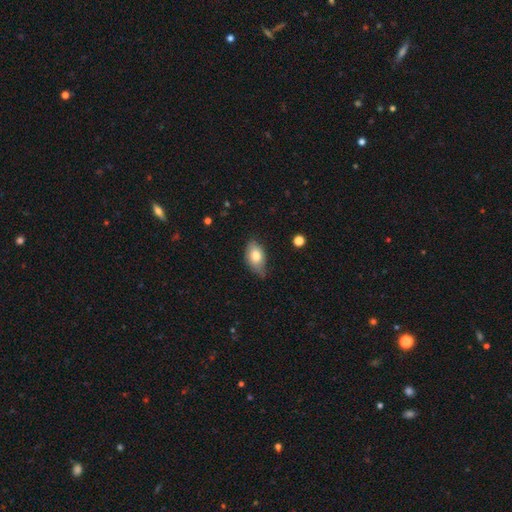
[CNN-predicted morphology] smooth 76%, featured or disk 17%, star or artifact 7%. Down the decision tree: how rounded — in between (90%); merging — none (55%).